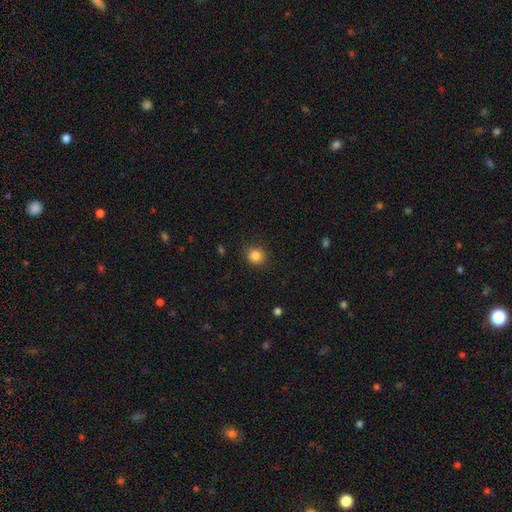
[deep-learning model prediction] This appears to be a smooth galaxy with no disk features (85%) that is round (81%). Merging: none (88%).